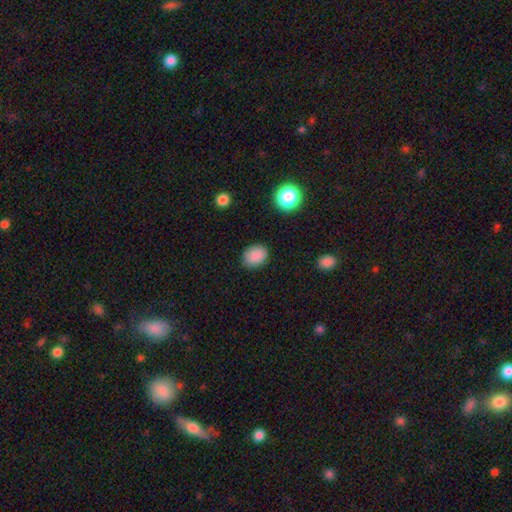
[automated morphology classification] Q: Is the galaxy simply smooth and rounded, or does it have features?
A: smooth — 87%.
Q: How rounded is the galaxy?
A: in between — 60%.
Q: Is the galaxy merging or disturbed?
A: none — 85%.